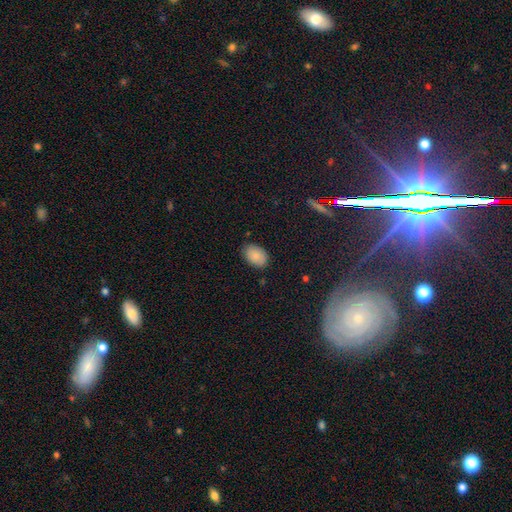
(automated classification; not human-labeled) smooth_or_featured: smooth (p=0.87) [alt: star or artifact p=0.08]
how_rounded: in between (p=0.86) [alt: round p=0.13]
merging: none (p=0.84) [alt: minor disturbance p=0.13]